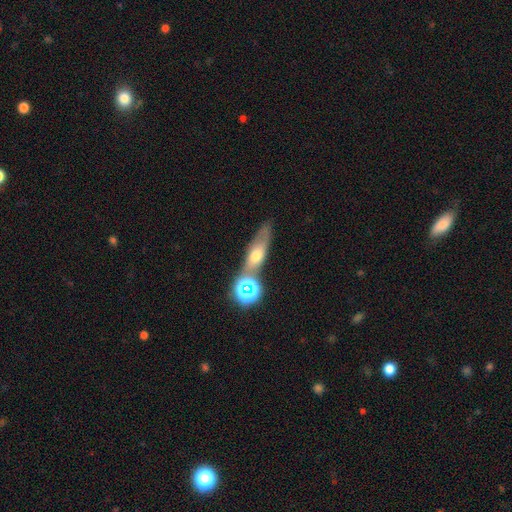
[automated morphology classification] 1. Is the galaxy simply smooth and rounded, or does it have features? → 45% smooth, 37% featured or disk, 18% star or artifact.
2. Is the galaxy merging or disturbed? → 57% none, 20% merger, 16% minor disturbance, 7% major disturbance.